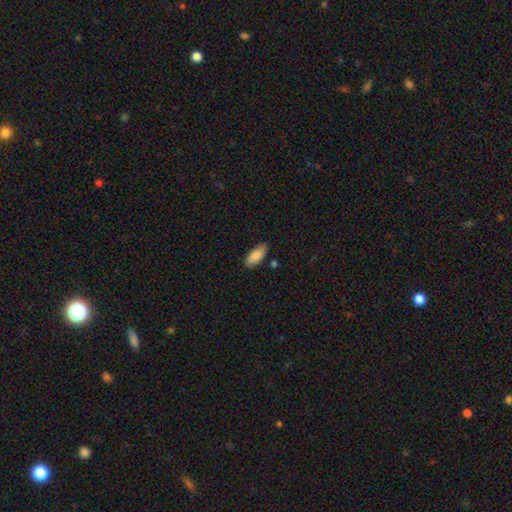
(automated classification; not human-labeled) The model was most divided on "merging": none: 83%, minor disturbance: 12%, merger: 3%, major disturbance: 2%. More confident: smooth or featured — smooth (88%); how rounded — in between (86%).